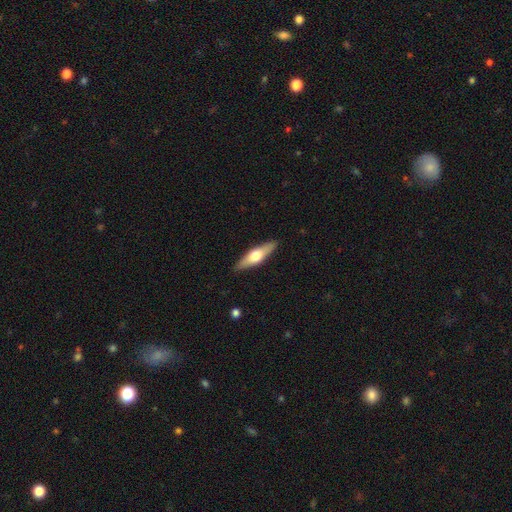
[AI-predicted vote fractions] featured or disk 51%, smooth 44%, star or artifact 5%. Down the decision tree: edge-on disk — yes (91%); merging — none (89%).